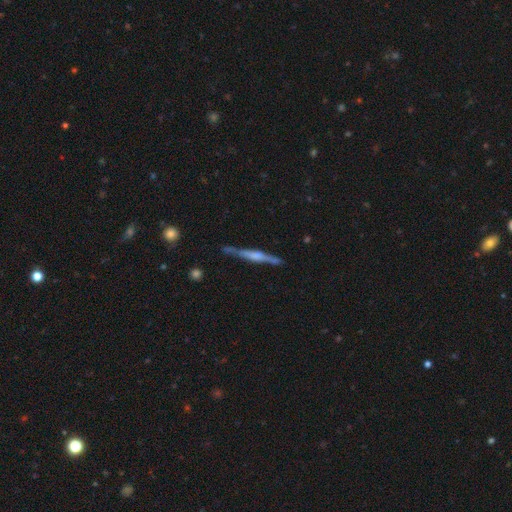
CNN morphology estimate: smooth_or_featured: featured or disk (p=0.71) [alt: smooth p=0.24]
disk_edge_on: yes (p=0.97) [alt: no p=0.03]
edge_on_bulge: rounded (p=0.46) [alt: boxy p=0.38]
merging: none (p=0.81) [alt: minor disturbance p=0.14]